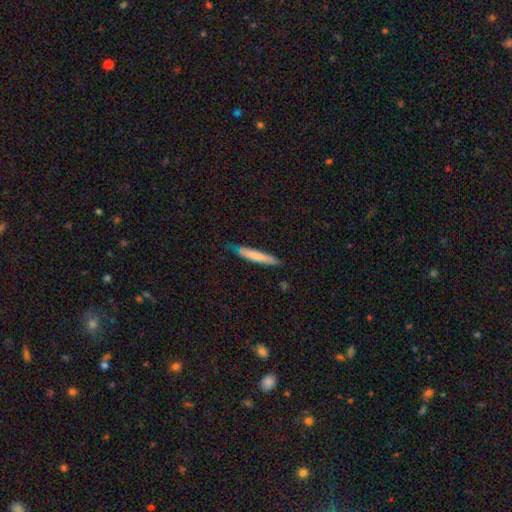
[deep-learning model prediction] This appears to be a smooth galaxy with no disk features (71%) that is cigar-shaped (93%). Merging: none (75%).